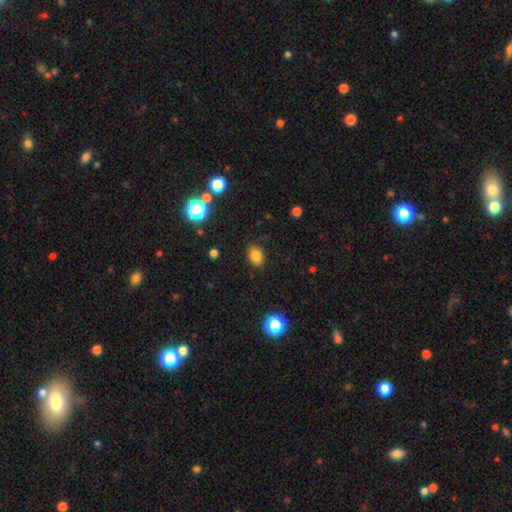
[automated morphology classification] smooth-or-featured: smooth: 82% | star or artifact: 13% | featured or disk: 6%
  how-rounded: in between: 67% | round: 32% | cigar-shaped: 1%
  merging: none: 85% | minor disturbance: 11% | major disturbance: 3% | merger: 1%